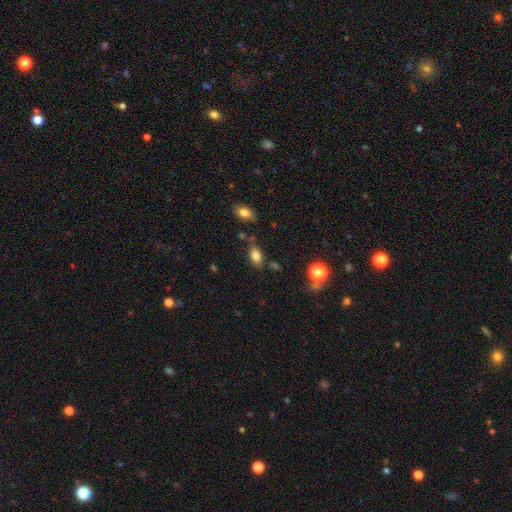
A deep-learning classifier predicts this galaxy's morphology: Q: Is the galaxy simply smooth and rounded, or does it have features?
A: smooth — 82%.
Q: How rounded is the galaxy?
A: in between — 87%.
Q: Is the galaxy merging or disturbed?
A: none — 71%.